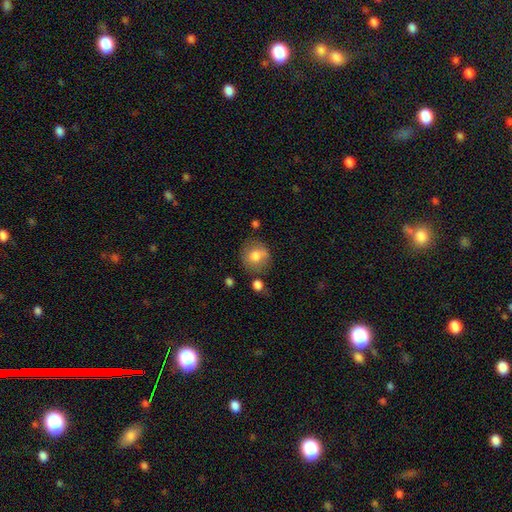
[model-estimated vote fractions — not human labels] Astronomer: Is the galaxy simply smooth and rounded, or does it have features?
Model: smooth — 75%.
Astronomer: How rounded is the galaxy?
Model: round — 85%.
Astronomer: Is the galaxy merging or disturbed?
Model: none — 67%.